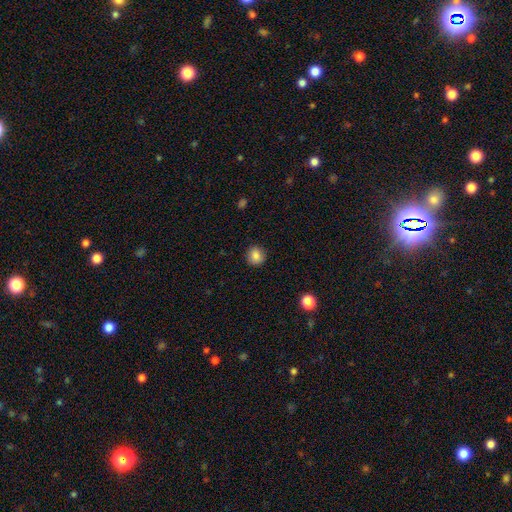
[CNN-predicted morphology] A smooth galaxy with no disk features (85%) that is round (84%). Merging: none (89%).